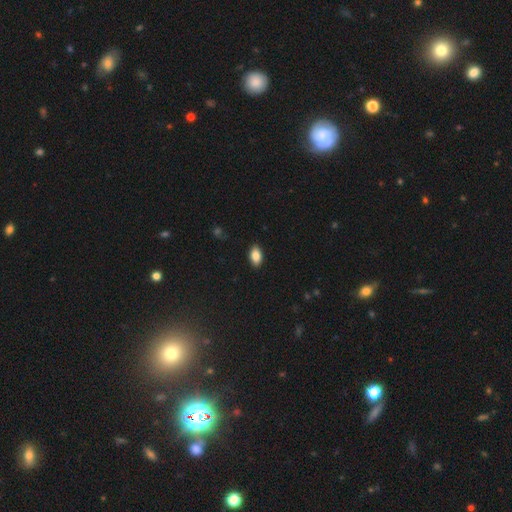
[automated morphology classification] Smooth or featured? smooth (86%)
How rounded? in between (92%)
Merging? none (89%)